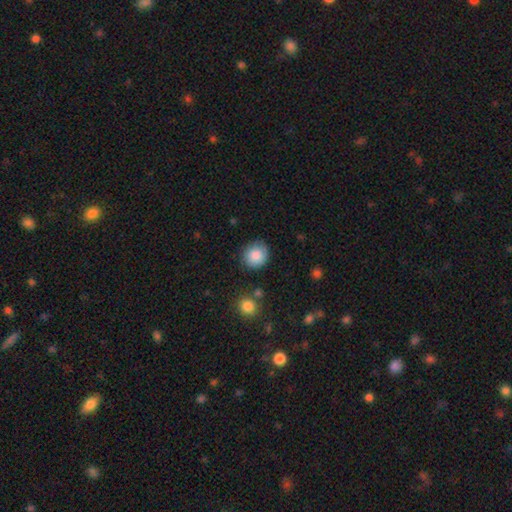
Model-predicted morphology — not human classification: type=smooth (84%); roundness=round (83%); merging=none (80%).